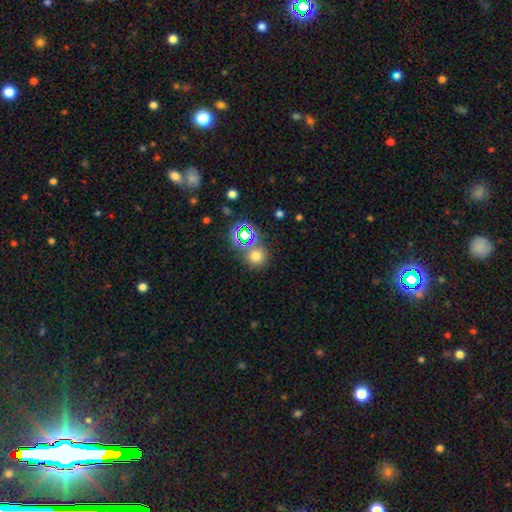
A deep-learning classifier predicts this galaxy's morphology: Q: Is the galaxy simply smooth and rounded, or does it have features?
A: smooth — 68%.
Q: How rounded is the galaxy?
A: round — 87%.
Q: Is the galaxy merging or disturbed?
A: none — 70%.